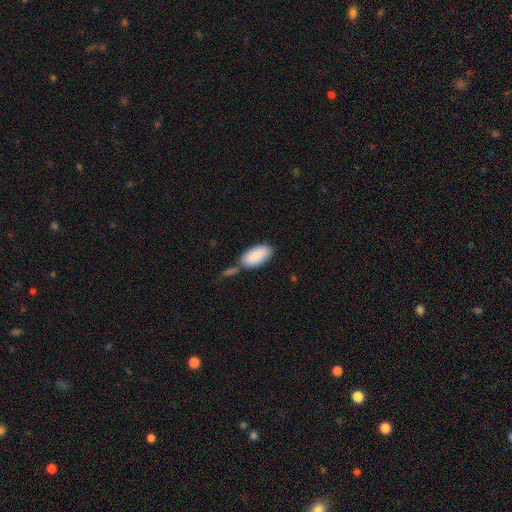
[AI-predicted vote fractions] smooth_or_featured: smooth (p=0.88) [alt: featured or disk p=0.07]
how_rounded: in between (p=0.95) [alt: cigar-shaped p=0.03]
merging: none (p=0.54) [alt: merger p=0.24]